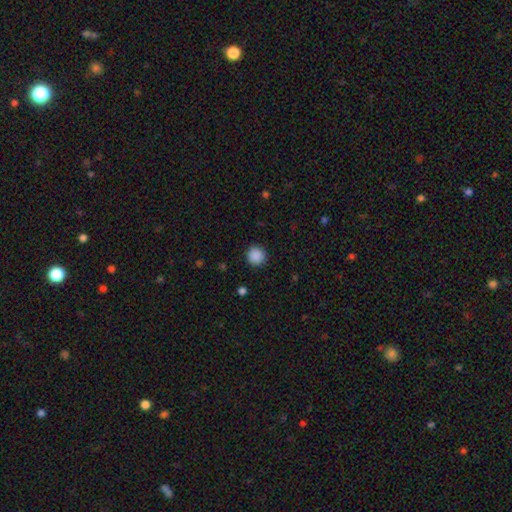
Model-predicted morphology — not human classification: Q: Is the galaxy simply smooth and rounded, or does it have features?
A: smooth — 89%.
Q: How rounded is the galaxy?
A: round — 94%.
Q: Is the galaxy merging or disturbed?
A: none — 91%.